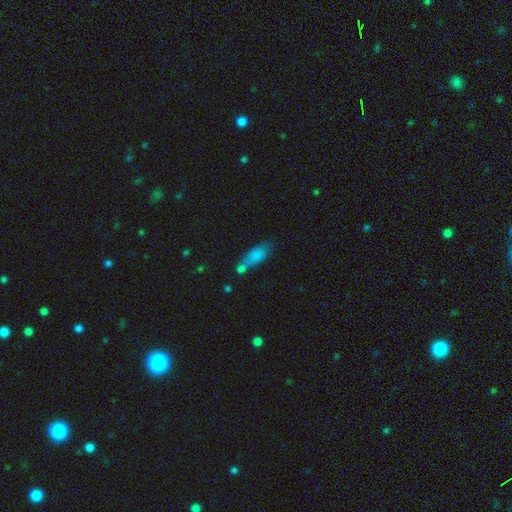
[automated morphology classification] Smooth or featured? Predicted: smooth (p=0.79). How rounded? Predicted: in between (p=0.69). Merging? Predicted: none (p=0.38).